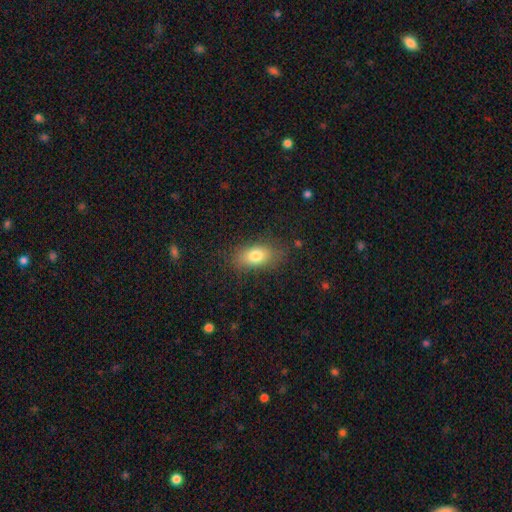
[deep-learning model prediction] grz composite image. It shows a smooth galaxy with no disk features (78%) that is in between round and cigar-shaped (86%). Merging: none (80%).